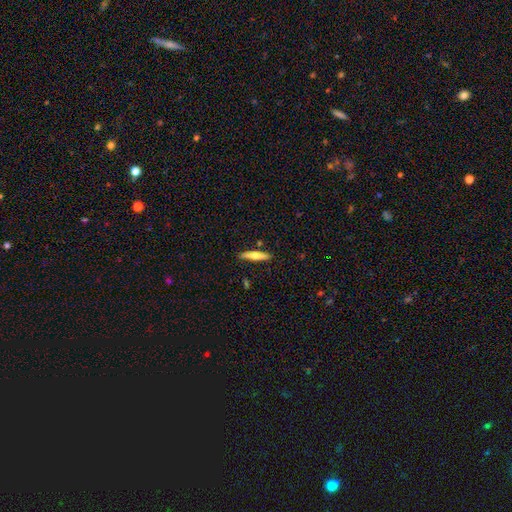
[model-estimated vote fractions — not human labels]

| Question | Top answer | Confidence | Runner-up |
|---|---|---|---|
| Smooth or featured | smooth | 59% | featured or disk (35%) |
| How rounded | cigar-shaped | 85% | in between (13%) |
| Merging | none | 86% | minor disturbance (10%) |